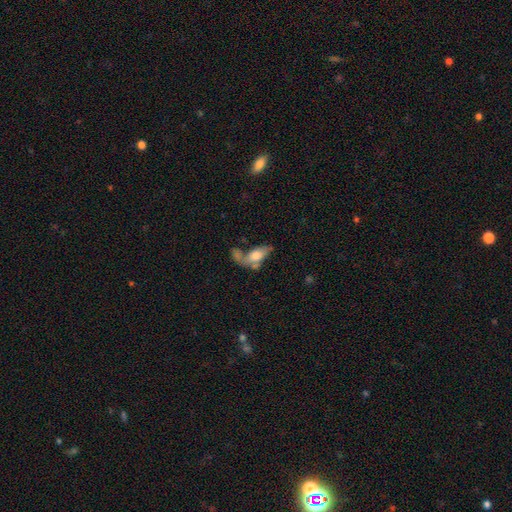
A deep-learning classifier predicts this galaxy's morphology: Smooth or featured?
  - smooth: 58% *
  - featured or disk: 33%
  - star or artifact: 8%
How rounded?
  - in between: 82% *
  - cigar-shaped: 13%
  - round: 5%
Merging?
  - merger: 38% *
  - none: 25%
  - major disturbance: 22%
  - minor disturbance: 15%